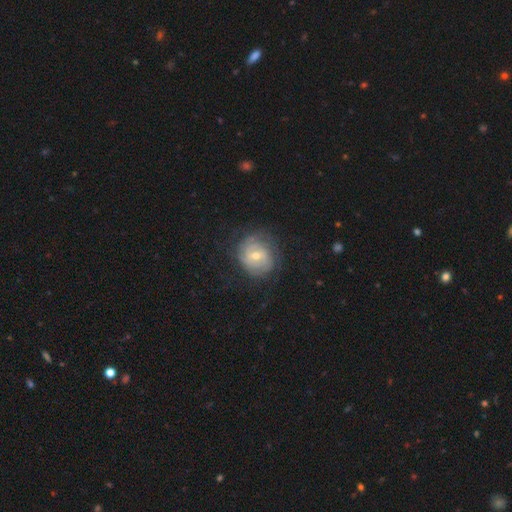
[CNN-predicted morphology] featured or disk 72%, smooth 21%, star or artifact 7%. Down the decision tree: edge-on disk — no (97%); bar — no (53%); spiral arms — yes (88%); spiral arm count — can't tell (46%); spiral winding — tight (69%); bulge size — moderate (55%); merging — none (73%).